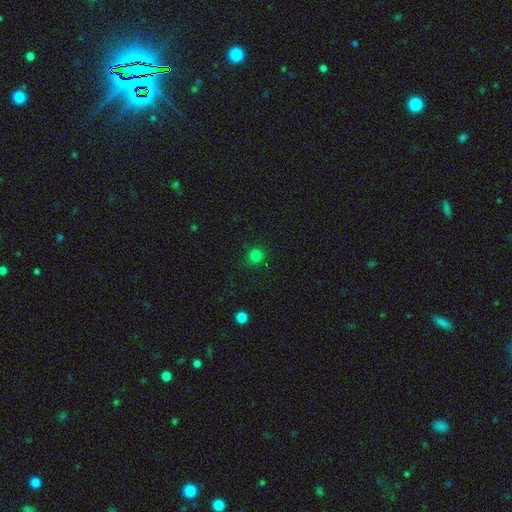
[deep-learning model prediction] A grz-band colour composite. It shows a smooth galaxy with no disk features (80%) that is round (93%). Merging: none (84%).